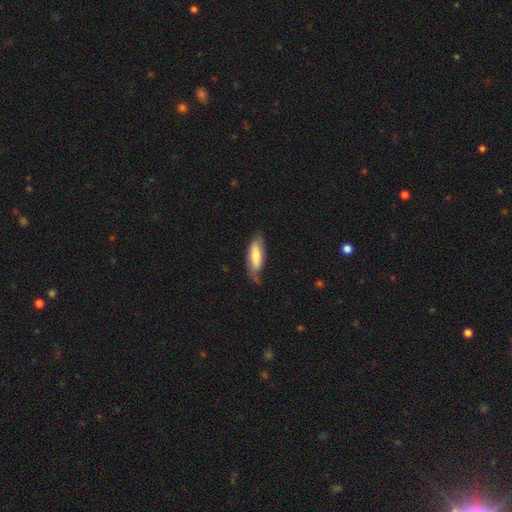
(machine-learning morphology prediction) A smooth galaxy with no disk features (64%) that is in between round and cigar-shaped (63%). Merging: none (57%).